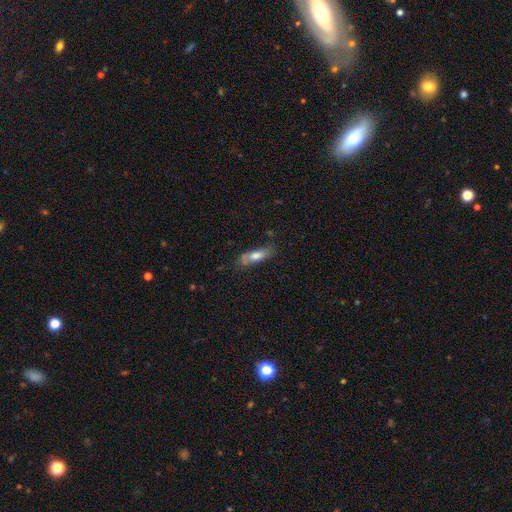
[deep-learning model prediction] This is likely a smooth galaxy (64%). How rounded: possibly cigar-shaped (54%). Merging: likely none (64%).